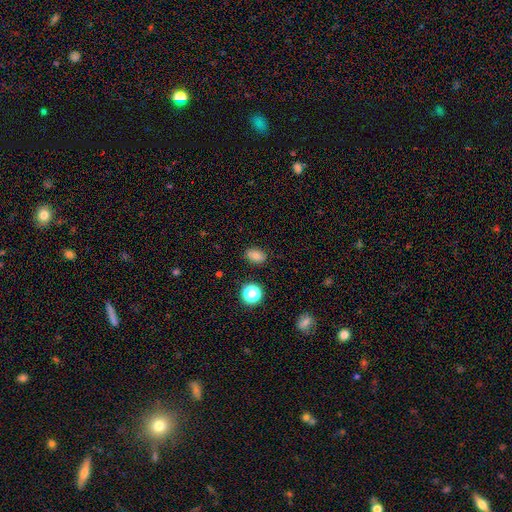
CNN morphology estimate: A smooth galaxy with no disk features (77%) that is in between round and cigar-shaped (77%). Merging: none (85%).